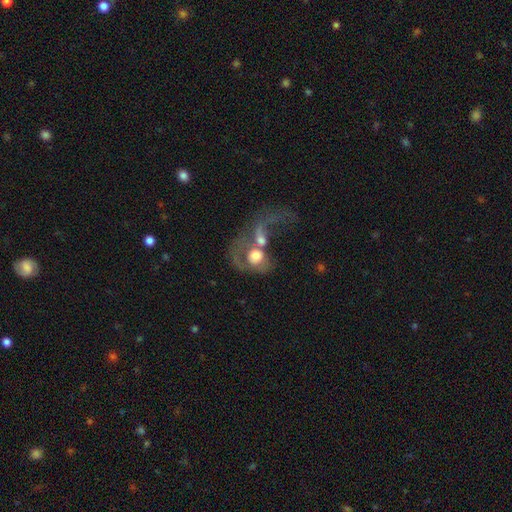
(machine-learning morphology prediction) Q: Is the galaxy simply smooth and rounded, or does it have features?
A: featured or disk — 48%.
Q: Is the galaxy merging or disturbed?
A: merger — 67%.